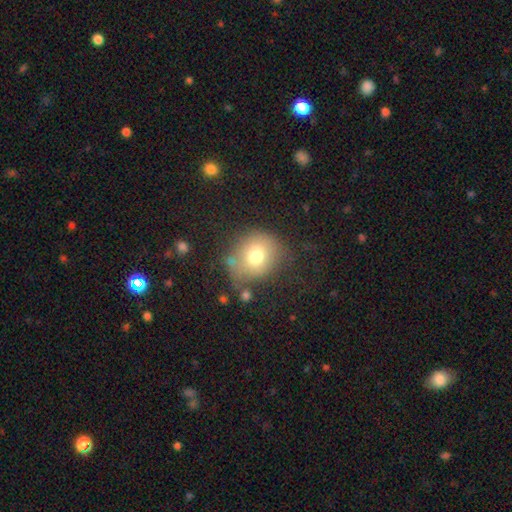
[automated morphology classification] smooth-or-featured: smooth: 73% | featured or disk: 15% | star or artifact: 12%
  how-rounded: round: 78% | in between: 21% | cigar-shaped: 1%
  merging: none: 65% | minor disturbance: 20% | major disturbance: 9% | merger: 5%